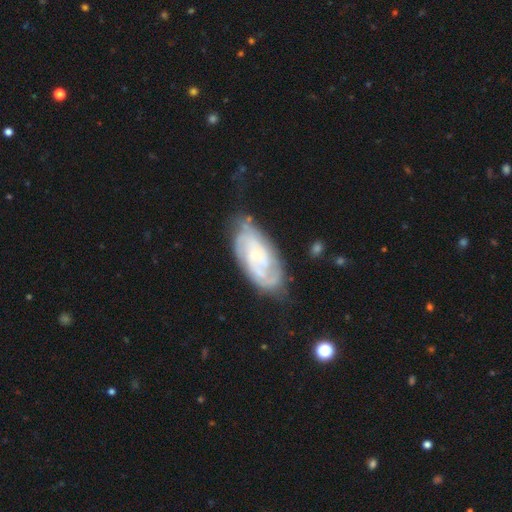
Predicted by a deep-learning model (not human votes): A featured or disk galaxy (82%) with no bar (64%), 2 (41%) tight (66%) spiral arms (95%) and a small central bulge (69%). Merging: none (68%).